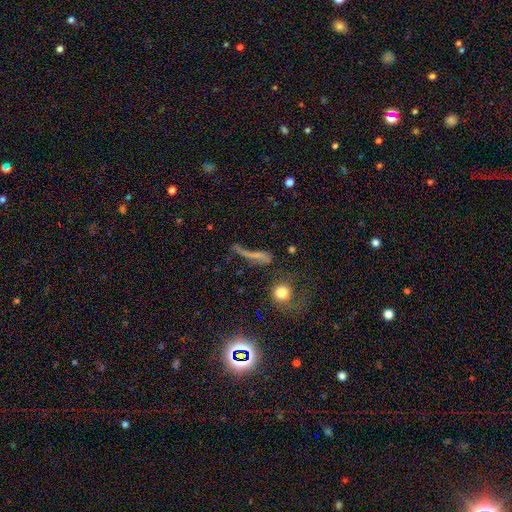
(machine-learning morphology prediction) type=smooth (44%); merging=none (36%).